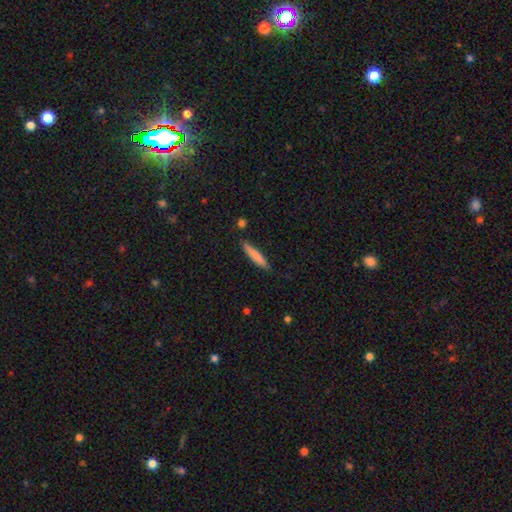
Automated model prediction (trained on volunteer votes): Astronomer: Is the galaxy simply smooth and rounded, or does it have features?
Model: smooth — 79%.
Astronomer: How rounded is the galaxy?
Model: cigar-shaped — 90%.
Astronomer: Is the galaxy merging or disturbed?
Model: none — 84%.